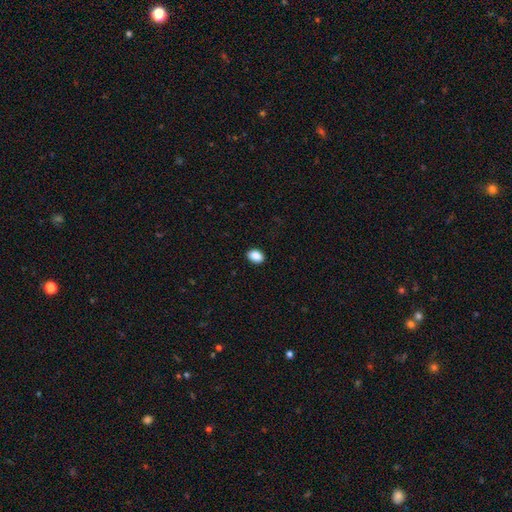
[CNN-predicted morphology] Smooth or featured?
  - smooth: 89% *
  - star or artifact: 8%
  - featured or disk: 3%
How rounded?
  - in between: 77% *
  - round: 22%
  - cigar-shaped: 1%
Merging?
  - none: 91% *
  - minor disturbance: 7%
  - major disturbance: 2%
  - merger: 1%